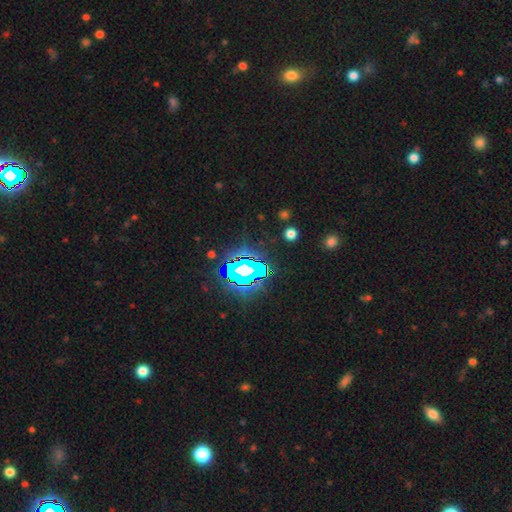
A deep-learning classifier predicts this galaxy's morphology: smooth_or_featured: star or artifact (p=0.79) [alt: smooth p=0.12]